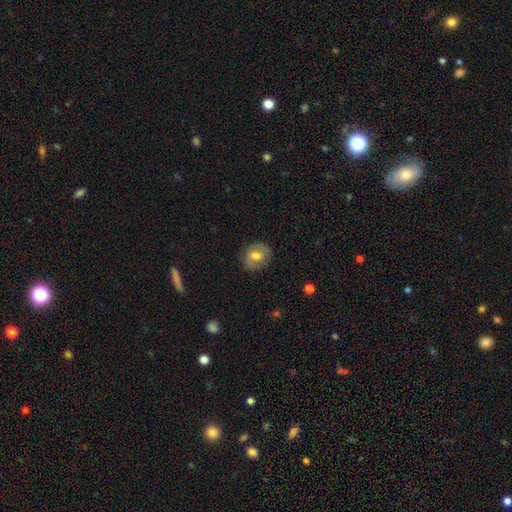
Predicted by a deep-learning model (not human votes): Morphology: type=smooth (66%); roundness=round (68%); merging=none (84%).